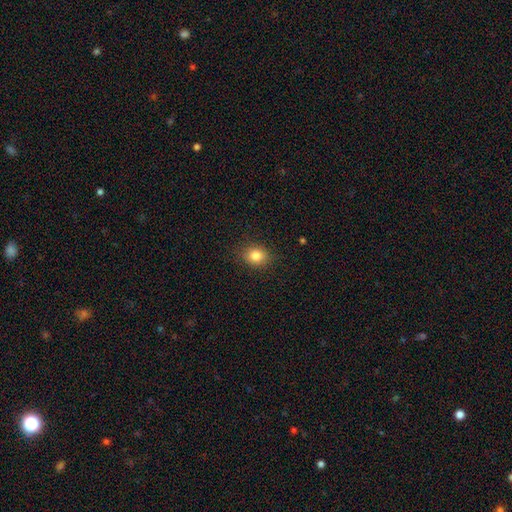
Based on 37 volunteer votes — A smooth galaxy with no disk features (89%) that is round (52%). Merging: none (97%).